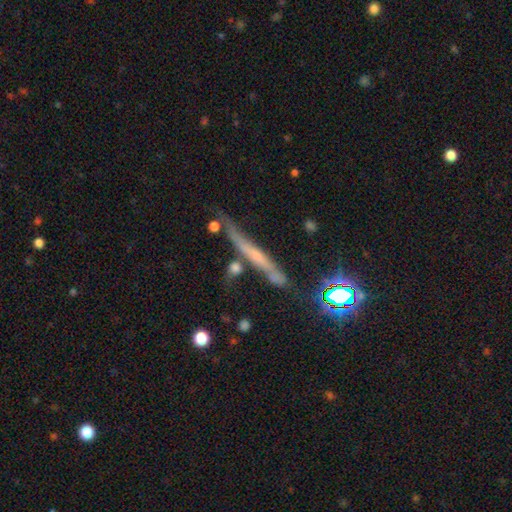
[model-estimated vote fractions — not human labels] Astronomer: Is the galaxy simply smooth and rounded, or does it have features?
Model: featured or disk — 52% (runner-up: smooth, 31%).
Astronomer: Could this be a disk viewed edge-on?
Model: yes — 88%.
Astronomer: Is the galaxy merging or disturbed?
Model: none — 64%.